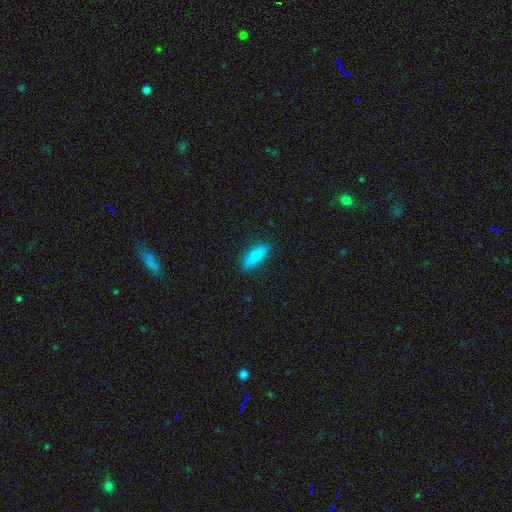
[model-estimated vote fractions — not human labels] A smooth galaxy with no disk features (88%) that is cigar-shaped (56%).

Vote fractions:
- Smooth or featured? smooth: 88% / star or artifact: 7% / featured or disk: 5%
- How rounded? cigar-shaped: 56% / in between: 42% / round: 2%
- Merging? none: 86% / minor disturbance: 11% / major disturbance: 2% / merger: 1%